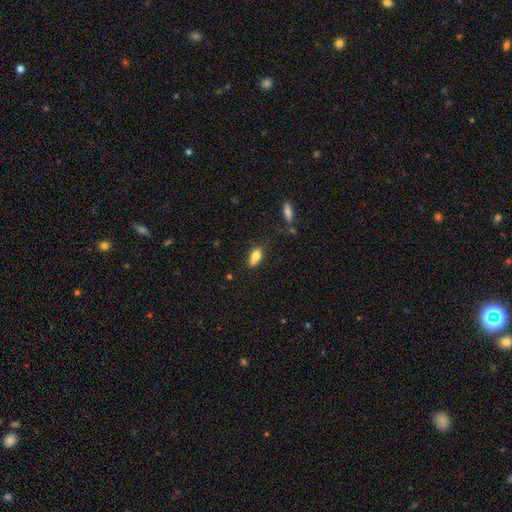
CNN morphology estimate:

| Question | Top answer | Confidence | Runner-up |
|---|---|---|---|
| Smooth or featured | smooth | 77% | featured or disk (14%) |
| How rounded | in between | 80% | round (15%) |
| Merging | none | 45% | merger (24%) |